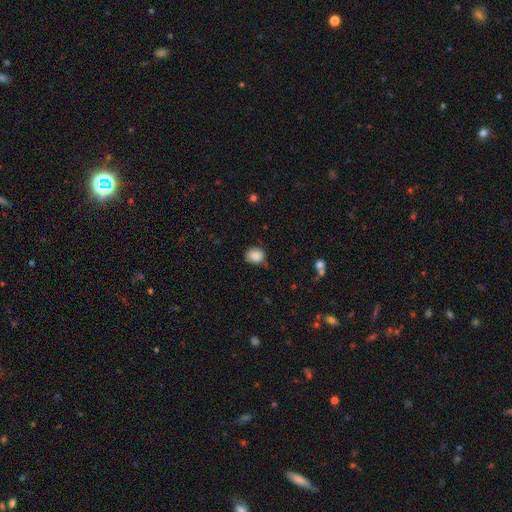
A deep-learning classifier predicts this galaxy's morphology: The model was most divided on "how rounded": round: 70%, in between: 29%, cigar-shaped: 1%. More confident: smooth or featured — smooth (86%); merging — none (70%).